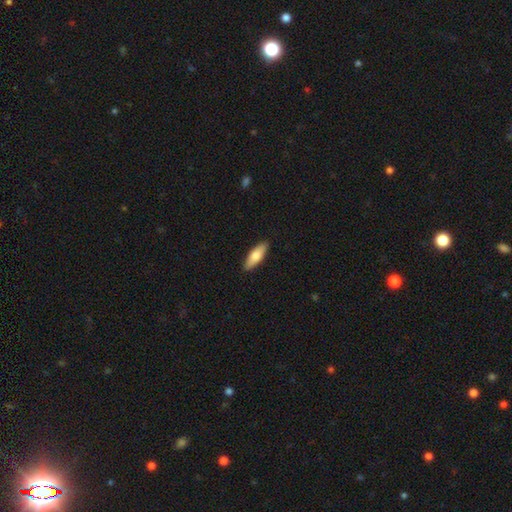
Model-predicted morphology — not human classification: A smooth galaxy with no disk features (75%) that is in between round and cigar-shaped (56%).

Vote fractions:
- Smooth or featured? smooth: 75% / featured or disk: 20% / star or artifact: 5%
- How rounded? in between: 56% / cigar-shaped: 42% / round: 2%
- Merging? none: 90% / minor disturbance: 8% / major disturbance: 2% / merger: 1%